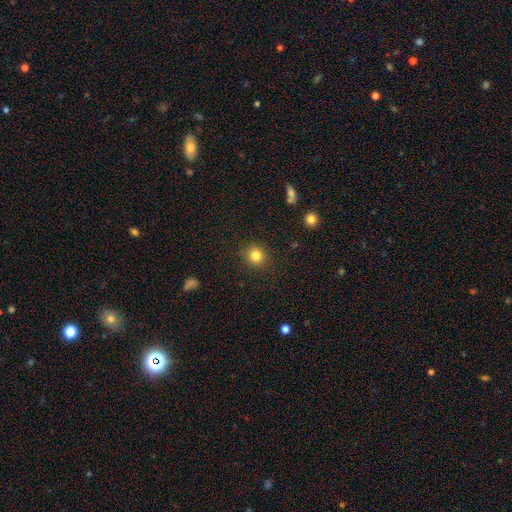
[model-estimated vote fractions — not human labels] Smooth or featured?
  - smooth: 83% *
  - star or artifact: 11%
  - featured or disk: 6%
How rounded?
  - round: 89% *
  - in between: 10%
  - cigar-shaped: 1%
Merging?
  - none: 89% *
  - minor disturbance: 8%
  - major disturbance: 3%
  - merger: 1%